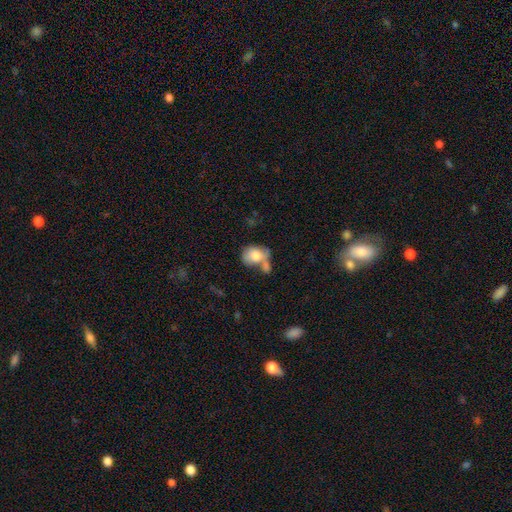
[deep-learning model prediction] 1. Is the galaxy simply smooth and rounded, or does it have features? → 75% smooth, 17% featured or disk, 8% star or artifact.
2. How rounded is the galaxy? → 63% in between, 35% round, 1% cigar-shaped.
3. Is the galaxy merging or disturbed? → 45% merger, 27% none, 17% minor disturbance, 12% major disturbance.